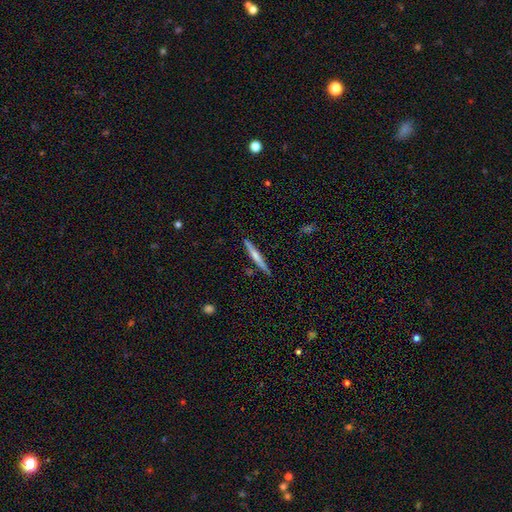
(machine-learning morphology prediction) Smooth or featured? smooth (51%)
How rounded? cigar-shaped (95%)
Merging? none (85%)